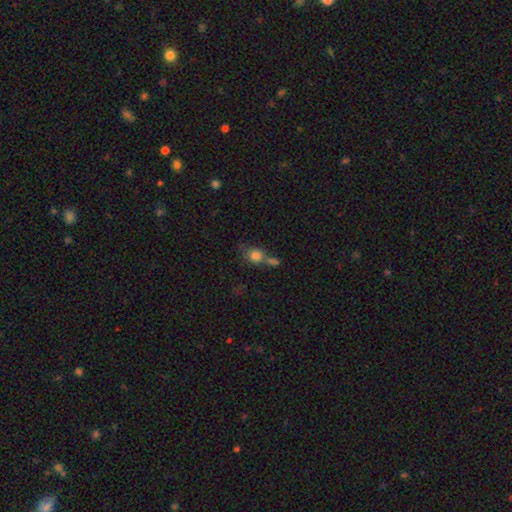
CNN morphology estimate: Overall: smooth (78%). How rounded: round (65%; in between 33%). Merging: merger (44%; none 35%).